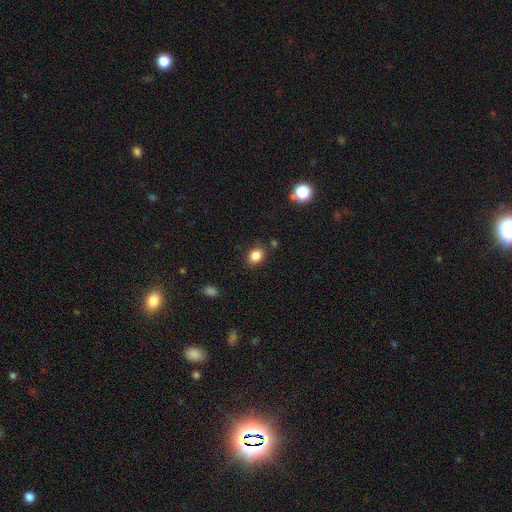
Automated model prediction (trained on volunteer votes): Overall: smooth (84%). How rounded: in between (62%; round 37%). Merging: none (82%).